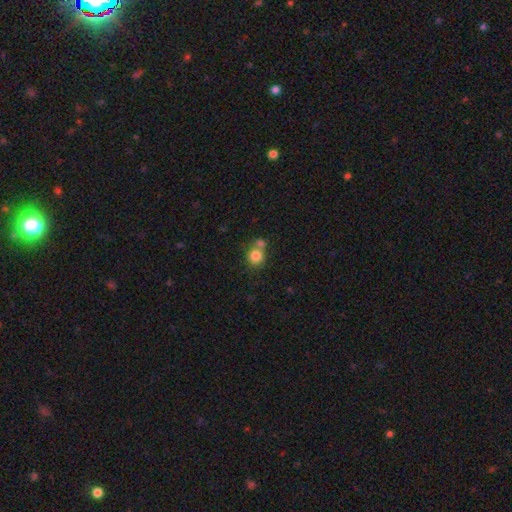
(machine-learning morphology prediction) The model was most divided on "merging": none: 49%, merger: 38%, minor disturbance: 9%, major disturbance: 4%. More confident: how rounded — round (86%); smooth or featured — smooth (81%).